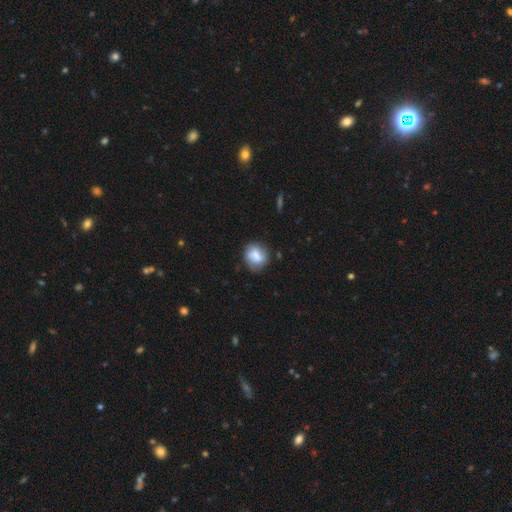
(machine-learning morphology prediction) smooth-or-featured: smooth: 67% | featured or disk: 25% | star or artifact: 8%
  how-rounded: round: 62% | in between: 36% | cigar-shaped: 2%
  merging: none: 61% | minor disturbance: 25% | major disturbance: 7% | merger: 6%